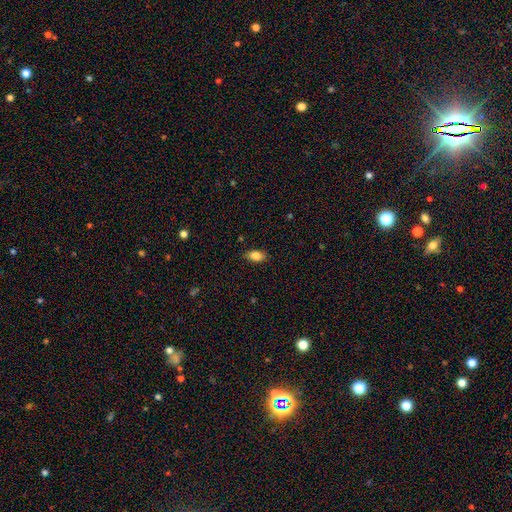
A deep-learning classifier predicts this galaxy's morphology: The model was most divided on "merging": none: 84%, minor disturbance: 12%, major disturbance: 2%, merger: 1%. More confident: how rounded — in between (89%); smooth or featured — smooth (85%).